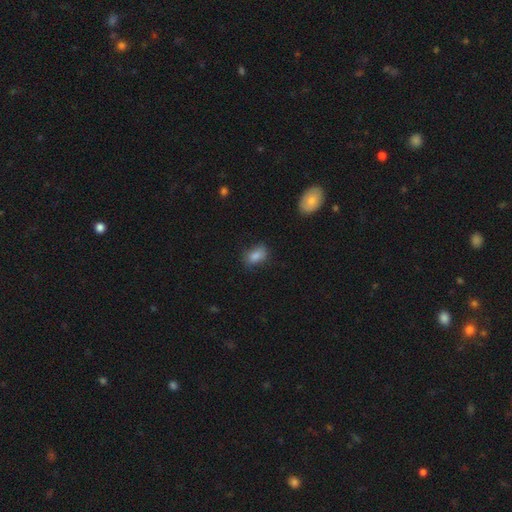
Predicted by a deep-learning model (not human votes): Smooth or featured?
  - smooth: 83% *
  - star or artifact: 10%
  - featured or disk: 7%
How rounded?
  - in between: 81% *
  - round: 17%
  - cigar-shaped: 2%
Merging?
  - none: 73% *
  - minor disturbance: 21%
  - major disturbance: 5%
  - merger: 2%